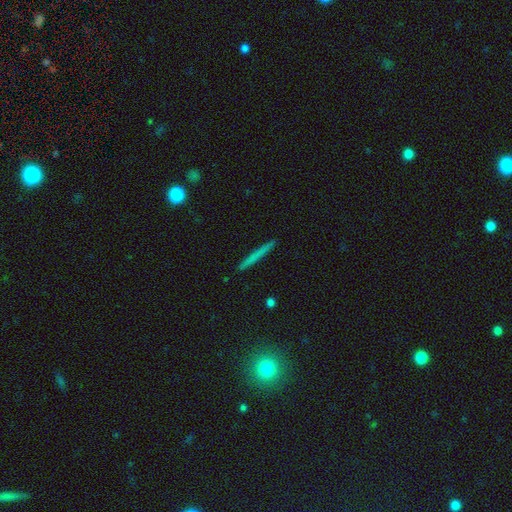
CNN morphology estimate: Smooth or featured? smooth (58%)
How rounded? cigar-shaped (96%)
Merging? none (91%)